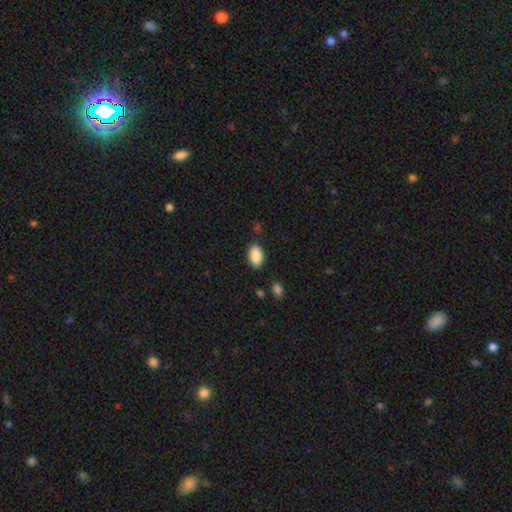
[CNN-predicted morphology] Smooth or featured: smooth — 88% (star or artifact — 7%)
How rounded: in between — 92% (round — 6%)
Merging: none — 84% (minor disturbance — 11%)